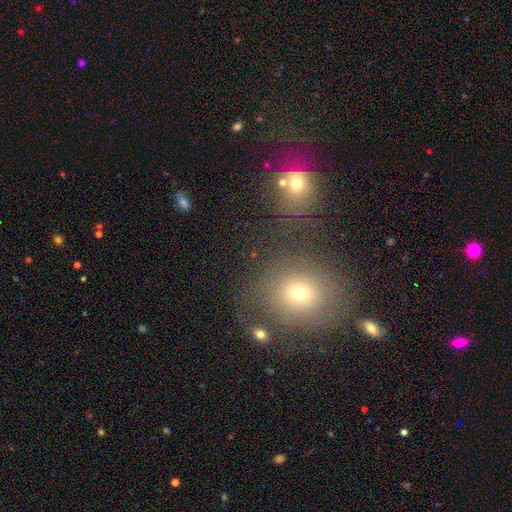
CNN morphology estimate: A smooth galaxy with no disk features (56%) that is round (73%). Merging: none (68%).